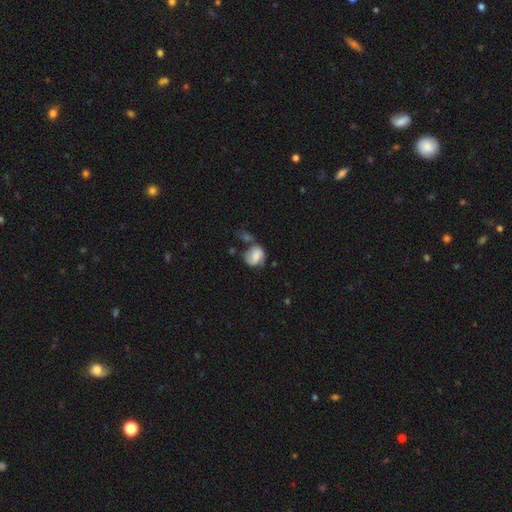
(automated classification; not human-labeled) smooth_or_featured: smooth (p=0.51) [alt: featured or disk p=0.40]
how_rounded: in between (p=0.50) [alt: round p=0.49]
merging: none (p=0.37) [alt: minor disturbance p=0.26]